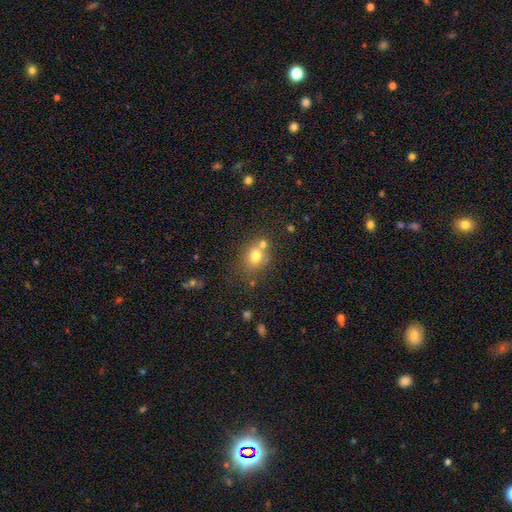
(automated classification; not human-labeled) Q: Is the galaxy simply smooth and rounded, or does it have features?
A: smooth — 73%.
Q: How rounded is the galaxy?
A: round — 64%.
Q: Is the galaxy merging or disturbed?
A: none — 54%.